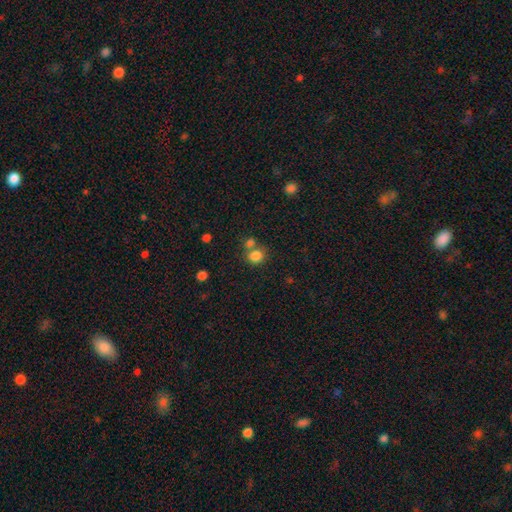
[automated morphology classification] smooth 83%, star or artifact 12%, featured or disk 6%. Down the decision tree: how rounded — round (71%); merging — none (54%).